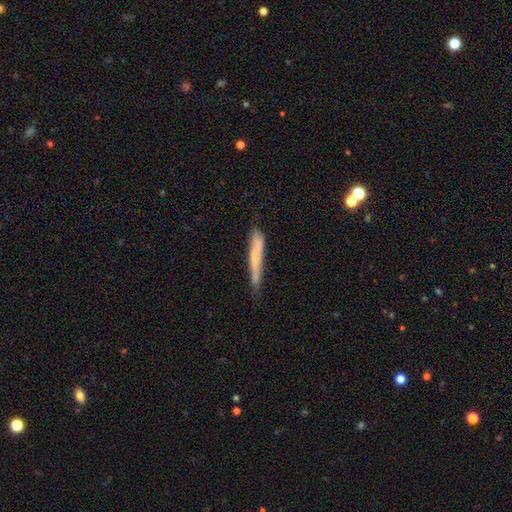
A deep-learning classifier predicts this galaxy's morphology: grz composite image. It shows a smooth galaxy with no disk features (62%) that is cigar-shaped (94%). Merging: none (62%).